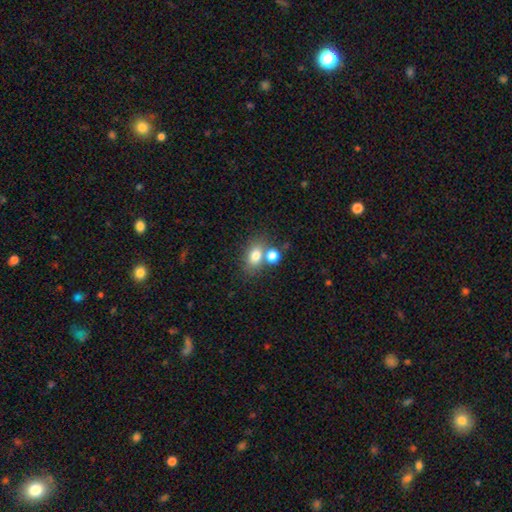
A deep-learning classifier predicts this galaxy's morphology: The model was most divided on "merging": none: 55%, merger: 30%, minor disturbance: 11%, major disturbance: 4%. More confident: smooth or featured — smooth (77%); how rounded — in between (70%).